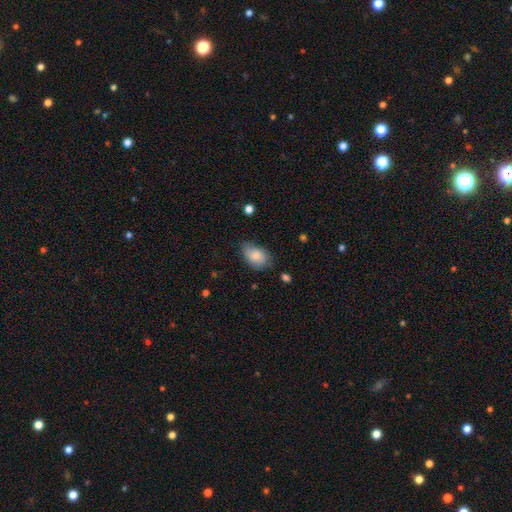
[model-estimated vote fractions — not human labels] Morphology: type=smooth (80%); roundness=in between (87%); merging=none (58%).